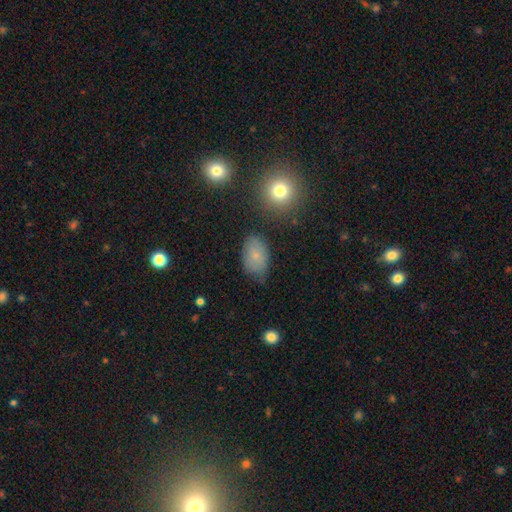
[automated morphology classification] Smooth or featured: smooth — 76% (featured or disk — 14%)
How rounded: in between — 87% (round — 12%)
Merging: none — 71% (minor disturbance — 21%)